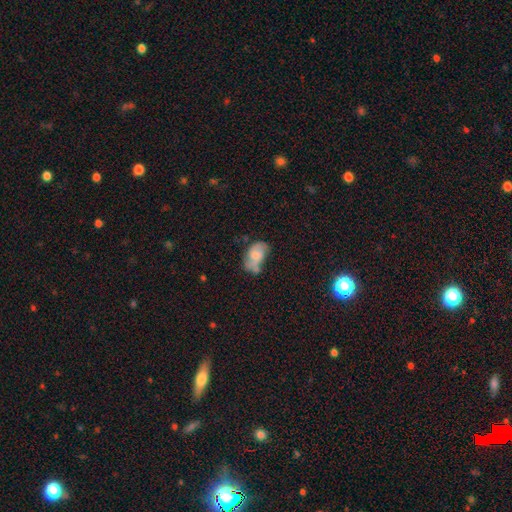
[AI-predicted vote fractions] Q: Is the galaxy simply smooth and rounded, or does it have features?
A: smooth — 51%.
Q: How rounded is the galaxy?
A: in between — 89%.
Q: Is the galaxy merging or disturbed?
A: none — 41%.